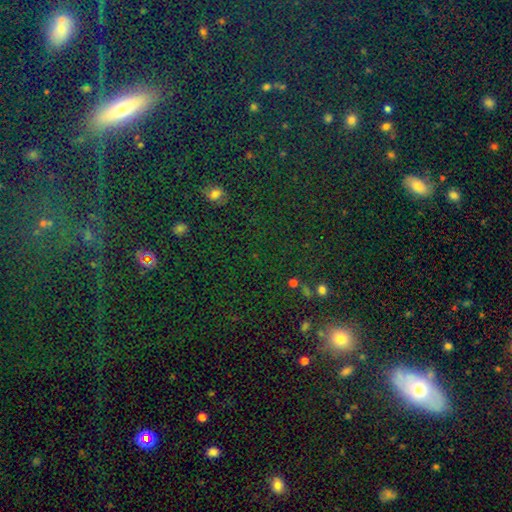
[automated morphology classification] The model was most divided on "smooth or featured": star or artifact: 55%, smooth: 30%, featured or disk: 15%.